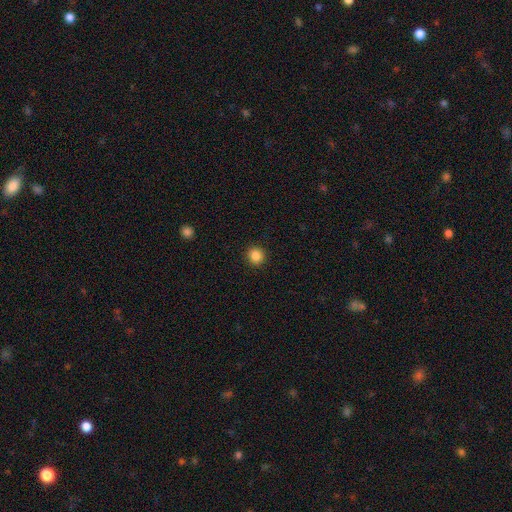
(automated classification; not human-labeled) smooth-or-featured: smooth: 86% | star or artifact: 10% | featured or disk: 4%
  how-rounded: round: 91% | in between: 8% | cigar-shaped: 1%
  merging: none: 92% | minor disturbance: 5% | major disturbance: 2% | merger: 1%